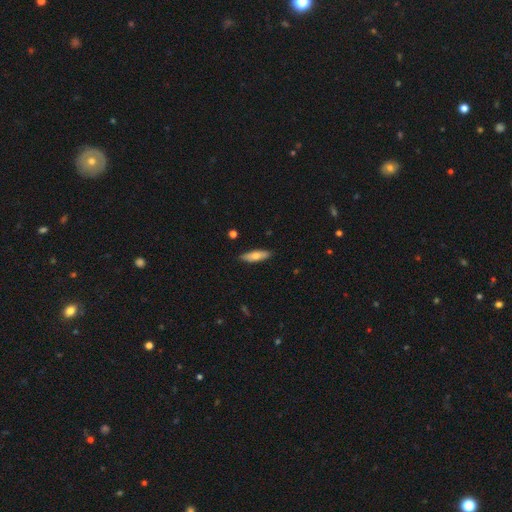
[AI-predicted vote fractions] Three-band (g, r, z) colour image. It shows a smooth galaxy with no disk features (64%) that is cigar-shaped (54%). Merging: none (88%).